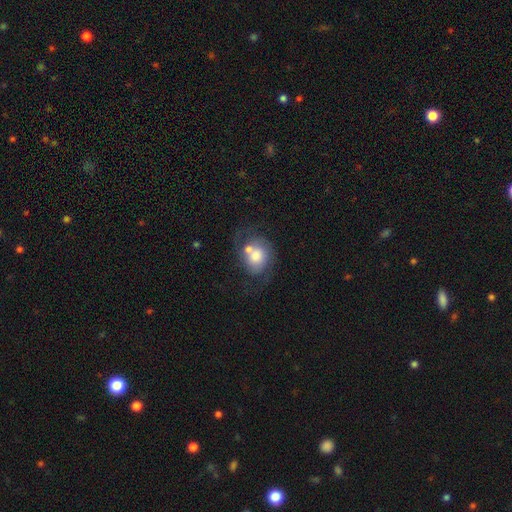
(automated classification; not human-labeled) Morphology: type=smooth (49%); merging=none (36%).